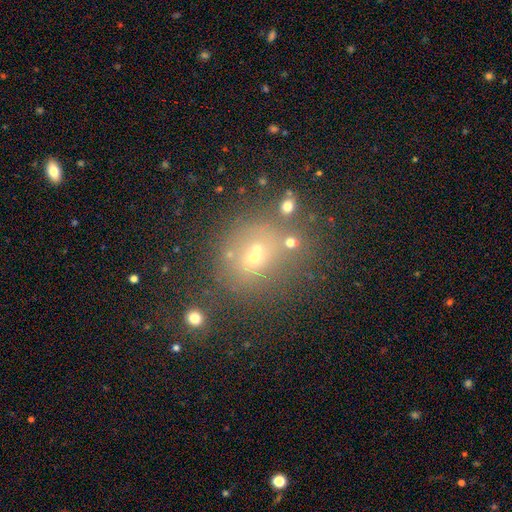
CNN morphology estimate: Smooth or featured? smooth (49%)
Merging? none (55%)